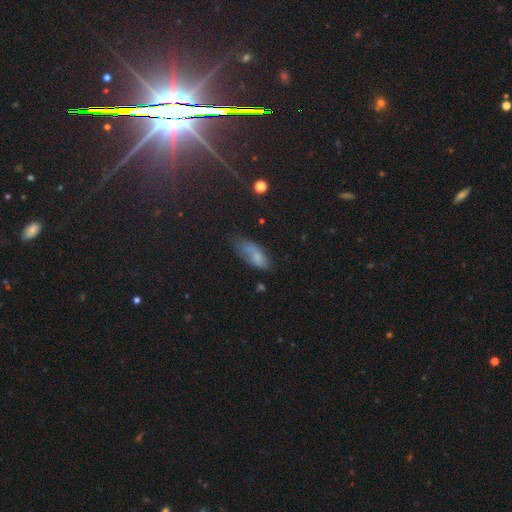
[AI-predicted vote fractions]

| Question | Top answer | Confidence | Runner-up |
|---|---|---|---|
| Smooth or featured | smooth | 67% | featured or disk (20%) |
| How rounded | in between | 78% | cigar-shaped (18%) |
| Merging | none | 42% | minor disturbance (35%) |